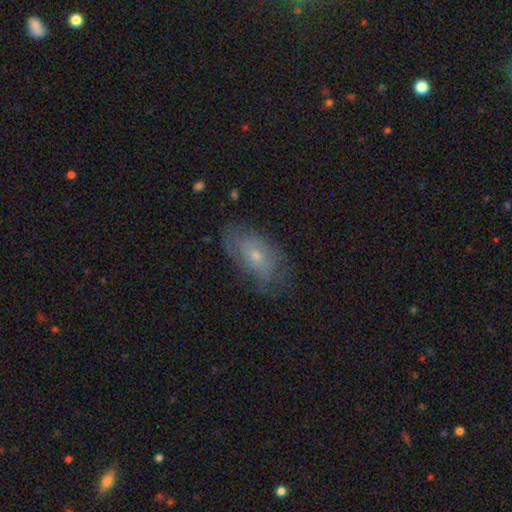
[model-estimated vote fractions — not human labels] smooth-or-featured: featured or disk: 47% | smooth: 43% | star or artifact: 10%
  merging: none: 63% | minor disturbance: 25% | major disturbance: 11% | merger: 1%